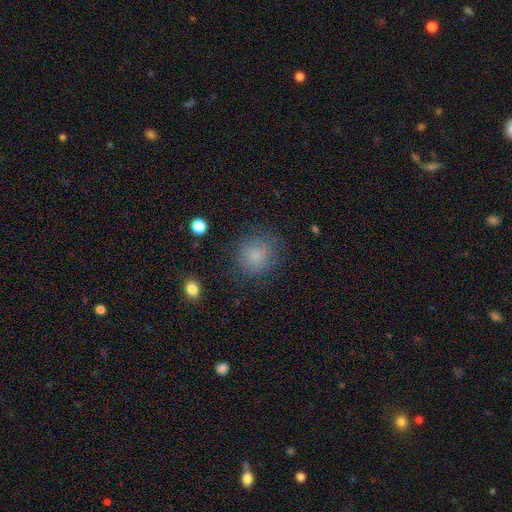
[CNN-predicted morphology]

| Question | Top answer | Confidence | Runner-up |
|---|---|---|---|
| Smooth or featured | smooth | 81% | star or artifact (11%) |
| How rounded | round | 86% | in between (13%) |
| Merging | none | 78% | minor disturbance (14%) |